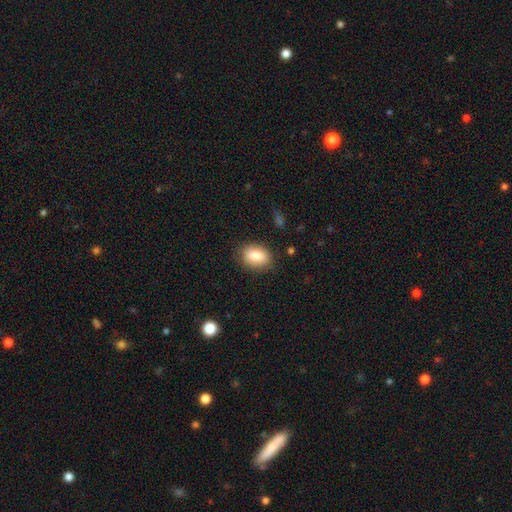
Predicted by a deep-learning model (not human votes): Smooth or featured?
  - smooth: 85% *
  - featured or disk: 8%
  - star or artifact: 8%
How rounded?
  - in between: 78% *
  - round: 20%
  - cigar-shaped: 2%
Merging?
  - none: 84% *
  - minor disturbance: 12%
  - major disturbance: 3%
  - merger: 1%